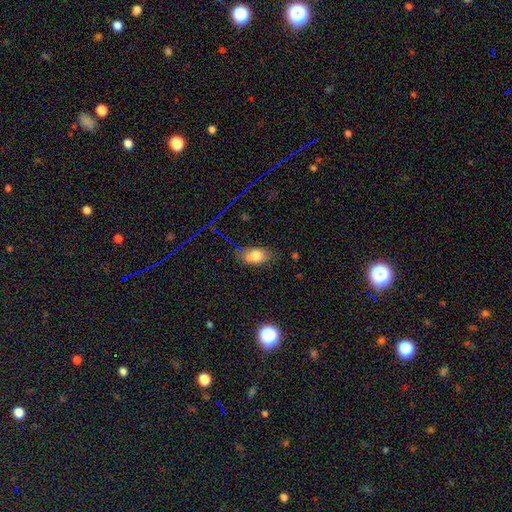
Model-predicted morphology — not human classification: This appears to be a smooth galaxy with no disk features (72%) that is in between round and cigar-shaped (82%). Merging: none (60%).